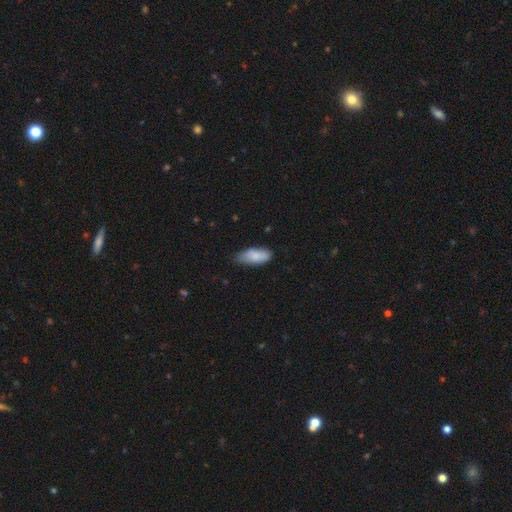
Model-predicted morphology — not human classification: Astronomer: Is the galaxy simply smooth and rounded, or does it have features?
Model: smooth — 82%.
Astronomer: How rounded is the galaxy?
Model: in between — 84%.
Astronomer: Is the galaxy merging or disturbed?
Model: none — 62%.